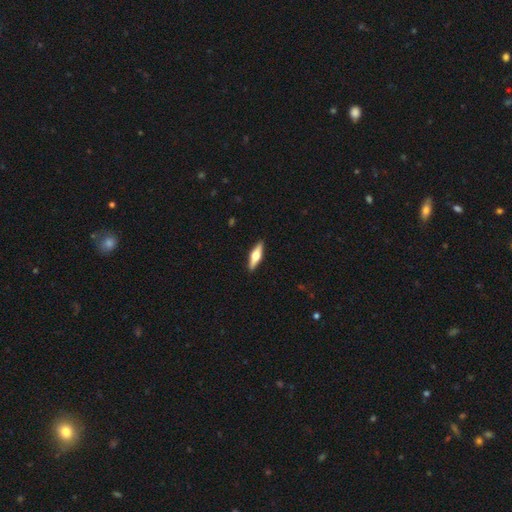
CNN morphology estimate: Smooth or featured? featured or disk (51%)
Edge-on disk? yes (94%)
Merging? none (91%)